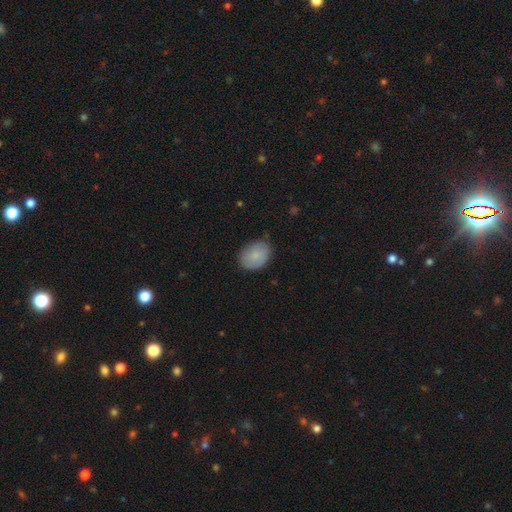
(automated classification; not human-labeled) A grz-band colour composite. It shows a smooth galaxy with no disk features (81%) that is in between round and cigar-shaped (73%). Merging: none (78%).